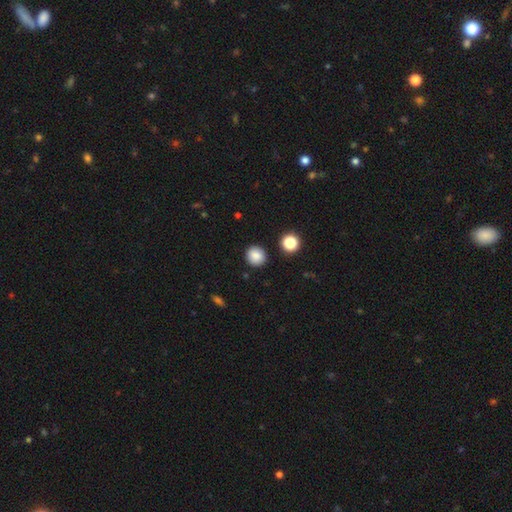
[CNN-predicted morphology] Smooth or featured: smooth — 86% (star or artifact — 9%)
How rounded: round — 90% (in between — 9%)
Merging: none — 90% (minor disturbance — 6%)